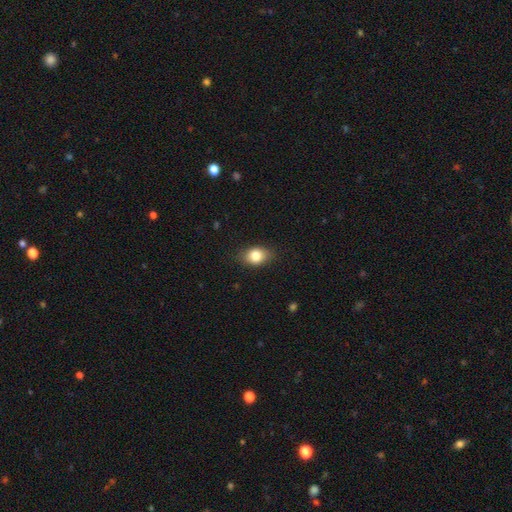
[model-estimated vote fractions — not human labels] smooth-or-featured: smooth: 82% | featured or disk: 10% | star or artifact: 9%
  how-rounded: in between: 73% | round: 26% | cigar-shaped: 2%
  merging: none: 82% | minor disturbance: 14% | major disturbance: 3% | merger: 1%